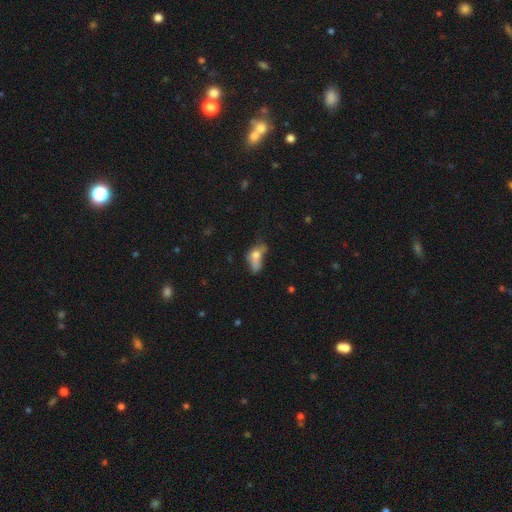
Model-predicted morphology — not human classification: Smooth or featured?
  - smooth: 57% *
  - featured or disk: 30%
  - star or artifact: 13%
How rounded?
  - in between: 77% *
  - round: 13%
  - cigar-shaped: 10%
Merging?
  - major disturbance: 32% *
  - none: 25%
  - minor disturbance: 23%
  - merger: 20%